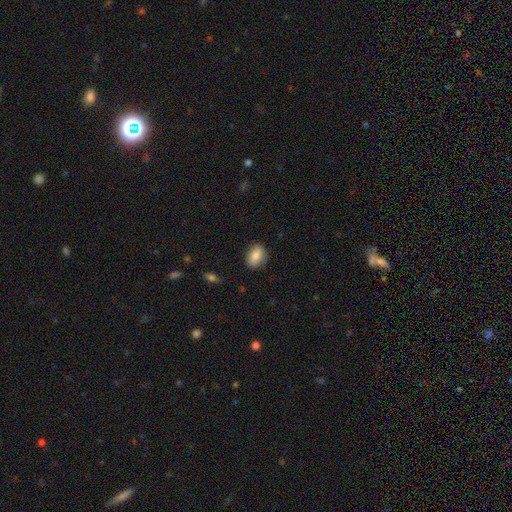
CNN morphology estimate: The model was most divided on "how rounded": in between: 77%, round: 21%, cigar-shaped: 2%. More confident: merging — none (84%); smooth or featured — smooth (82%).